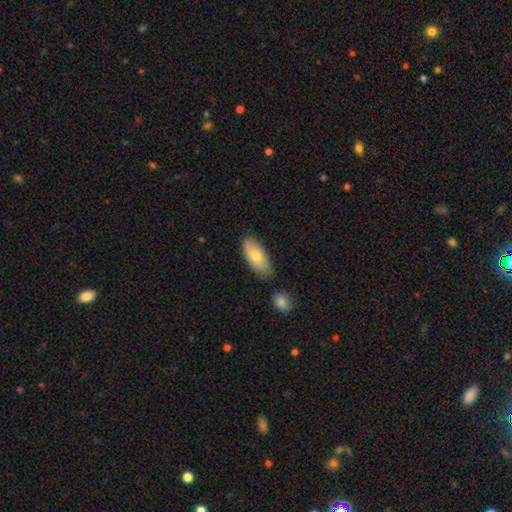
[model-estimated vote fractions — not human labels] Smooth or featured: smooth — 73% (featured or disk — 21%)
How rounded: in between — 87% (cigar-shaped — 11%)
Merging: none — 73% (minor disturbance — 17%)